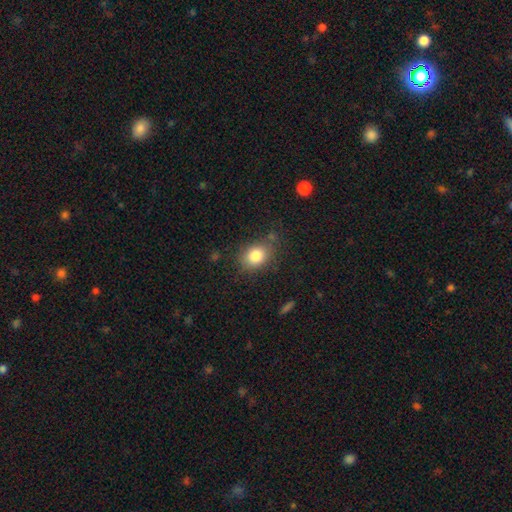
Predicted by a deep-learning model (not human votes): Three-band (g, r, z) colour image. It shows a smooth galaxy with no disk features (83%) that is in between round and cigar-shaped (60%). Merging: none (76%).